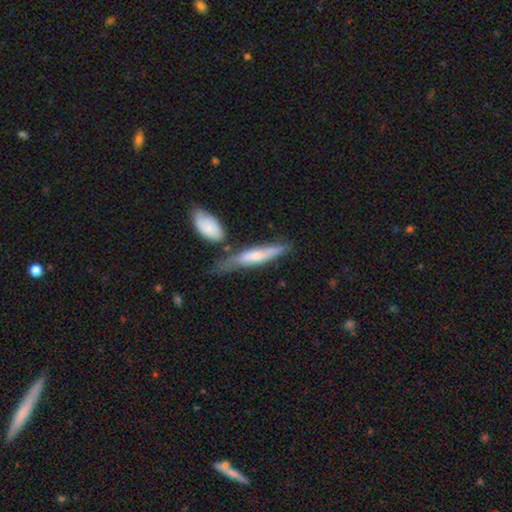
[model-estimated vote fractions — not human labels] The model was most divided on "smooth or featured": smooth: 53%, featured or disk: 42%, star or artifact: 6%. More confident: how rounded — cigar-shaped (82%); merging — none (51%).